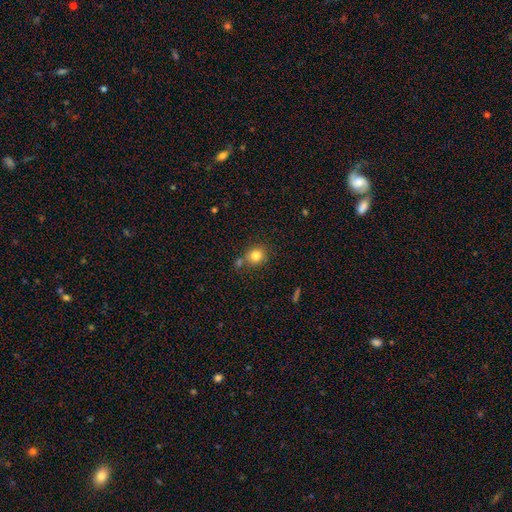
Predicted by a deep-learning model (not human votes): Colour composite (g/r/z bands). It shows a smooth galaxy with no disk features (81%) that is round (78%). Merging: none (66%).